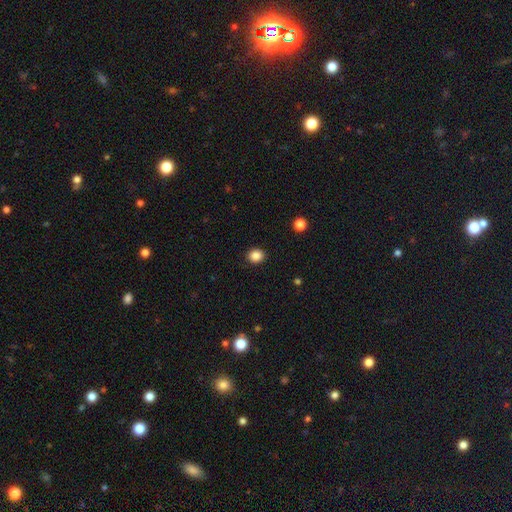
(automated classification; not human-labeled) smooth-or-featured: smooth: 86% | star or artifact: 10% | featured or disk: 4%
  how-rounded: round: 73% | in between: 26% | cigar-shaped: 1%
  merging: none: 91% | minor disturbance: 6% | major disturbance: 2% | merger: 1%